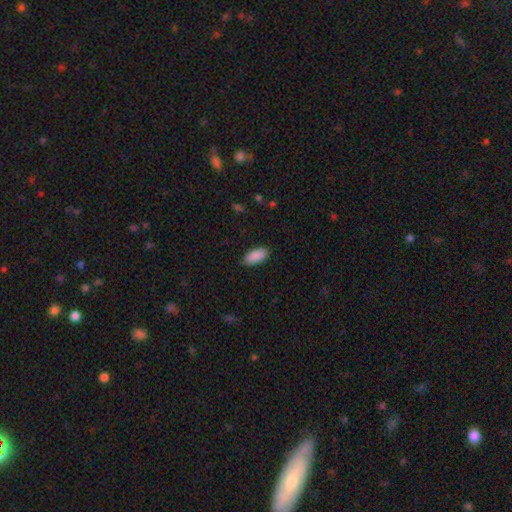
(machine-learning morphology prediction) The model was most divided on "merging": none: 87%, minor disturbance: 10%, major disturbance: 2%, merger: 1%. More confident: smooth or featured — smooth (90%); how rounded — in between (90%).